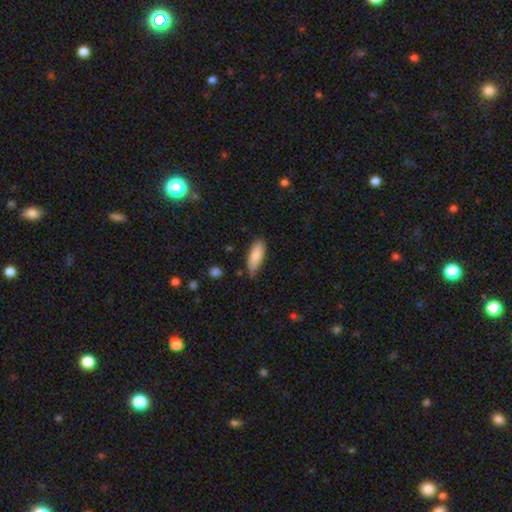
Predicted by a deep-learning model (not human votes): A smooth galaxy with no disk features (83%) that is in between round and cigar-shaped (66%). Merging: none (74%).